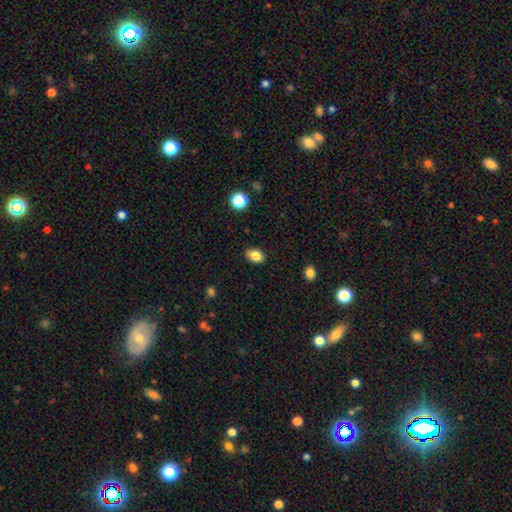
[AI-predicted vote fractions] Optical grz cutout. It shows a smooth galaxy with no disk features (84%) that is in between round and cigar-shaped (75%). Merging: none (86%).